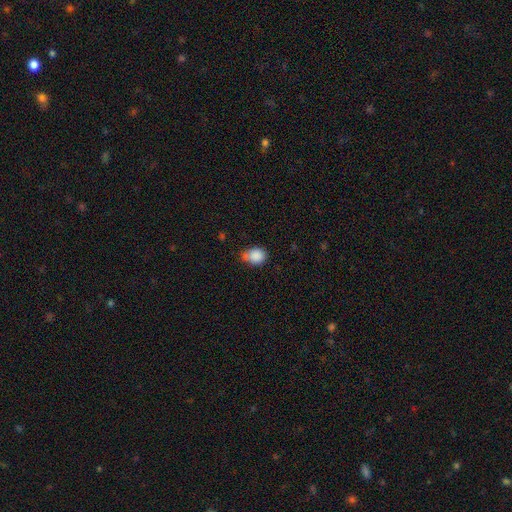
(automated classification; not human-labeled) A smooth galaxy with no disk features (86%) that is round (50%). Merging: none (48%).